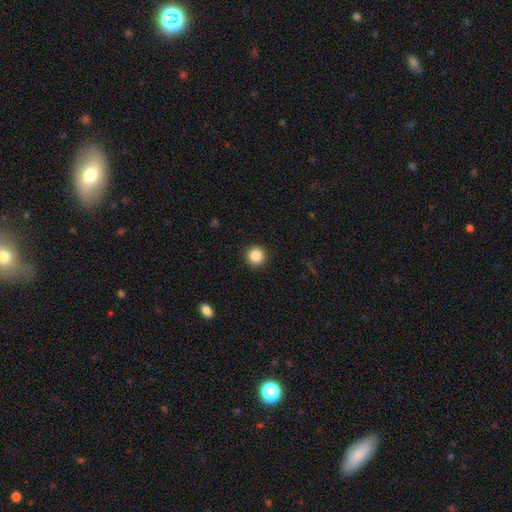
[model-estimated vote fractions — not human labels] Morphology: type=smooth (87%); roundness=round (95%); merging=none (92%).